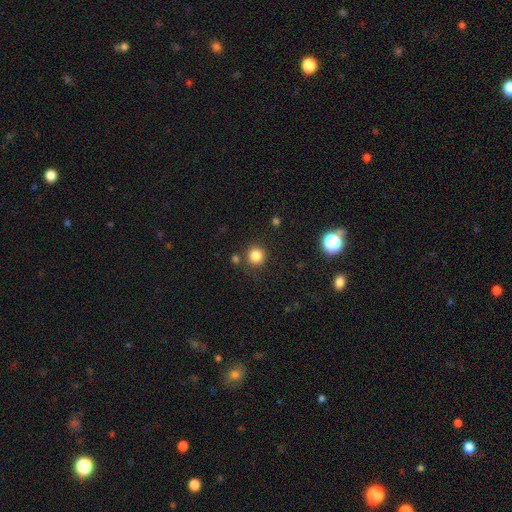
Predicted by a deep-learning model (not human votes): Morphology: type=smooth (83%); roundness=round (93%); merging=none (83%).